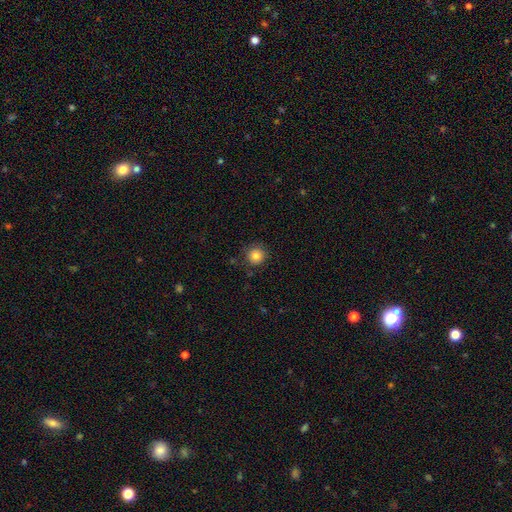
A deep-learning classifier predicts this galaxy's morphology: Q: Smooth or featured?
A: smooth (83%); runner-up: star or artifact (11%)
Q: How rounded?
A: round (94%); runner-up: in between (5%)
Q: Merging?
A: none (86%); runner-up: minor disturbance (10%)